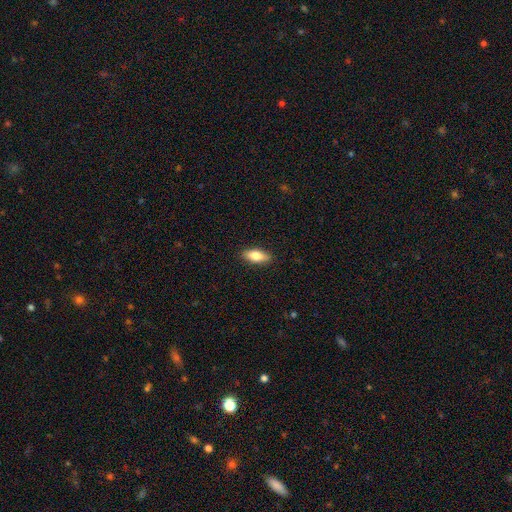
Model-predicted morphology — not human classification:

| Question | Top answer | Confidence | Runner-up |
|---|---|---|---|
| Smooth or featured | smooth | 76% | featured or disk (18%) |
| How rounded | in between | 79% | cigar-shaped (18%) |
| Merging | none | 89% | minor disturbance (8%) |